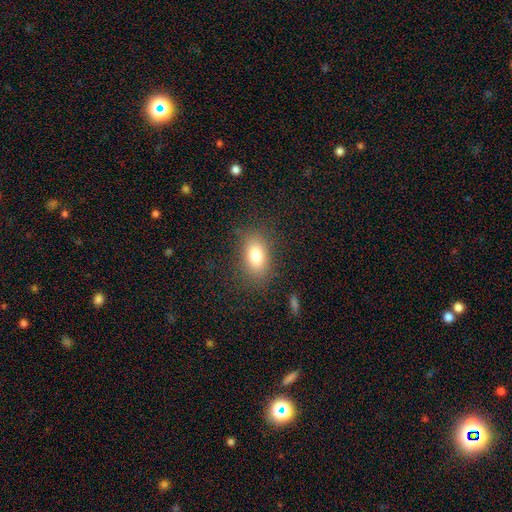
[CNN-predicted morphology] A smooth galaxy with no disk features (78%) that is in between round and cigar-shaped (85%). Merging: none (81%).